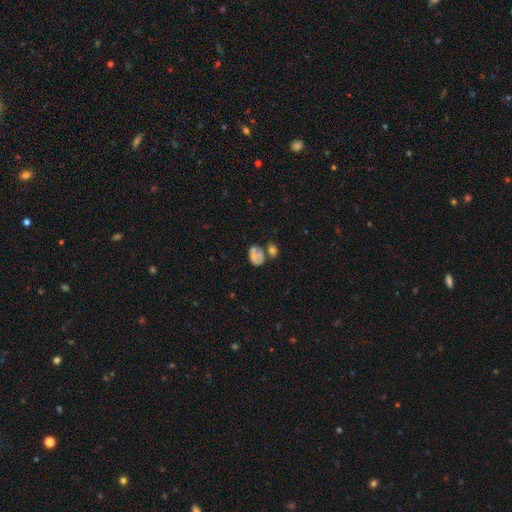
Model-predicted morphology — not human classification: This is possibly a smooth galaxy (58%). How rounded: likely in between (63%). Merging: marginally merger (41%).